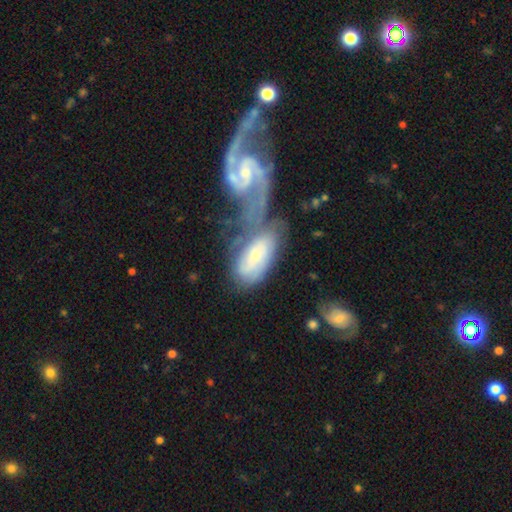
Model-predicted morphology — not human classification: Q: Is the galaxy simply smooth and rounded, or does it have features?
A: featured or disk — 62%.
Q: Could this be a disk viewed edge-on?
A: no — 92%.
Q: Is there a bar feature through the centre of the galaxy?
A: no — 48%.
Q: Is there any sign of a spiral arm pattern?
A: yes — 86%.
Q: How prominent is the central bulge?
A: small — 59%.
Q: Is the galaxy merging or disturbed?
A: merger — 58%.